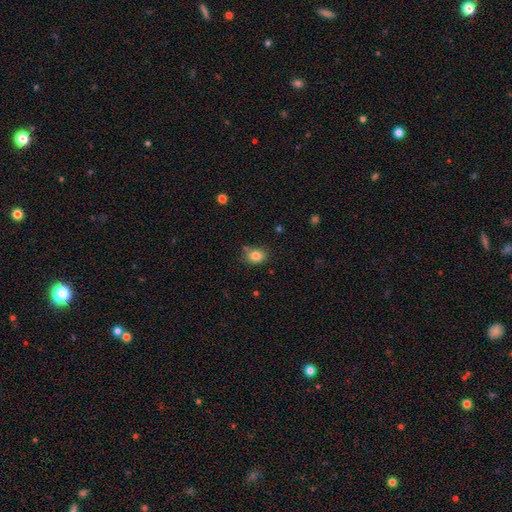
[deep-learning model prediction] Overall: smooth (83%). How rounded: in between (54%; round 45%). Merging: none (74%).